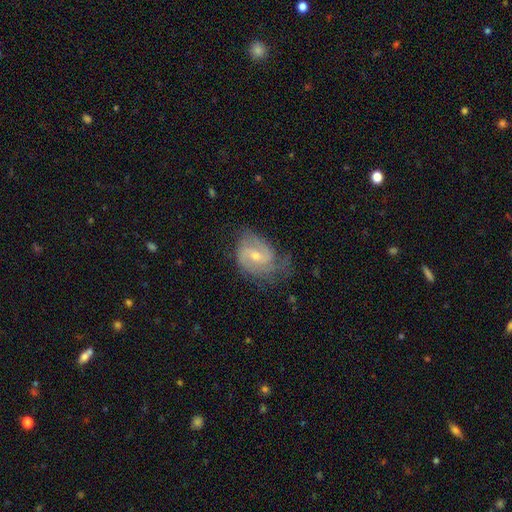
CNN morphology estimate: A featured or disk galaxy (82%) with a weak bar (54%), 2 (59%) medium (46%) spiral arms (94%) and a moderate central bulge (49%). Merging: none (58%).